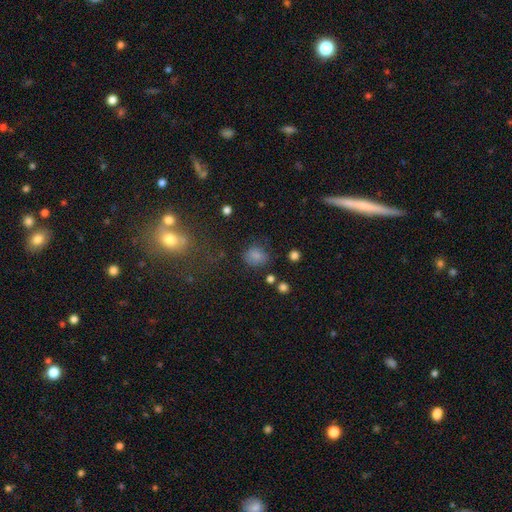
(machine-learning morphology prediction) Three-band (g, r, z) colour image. It shows a smooth galaxy with no disk features (78%) that is round (68%). Merging: none (70%).